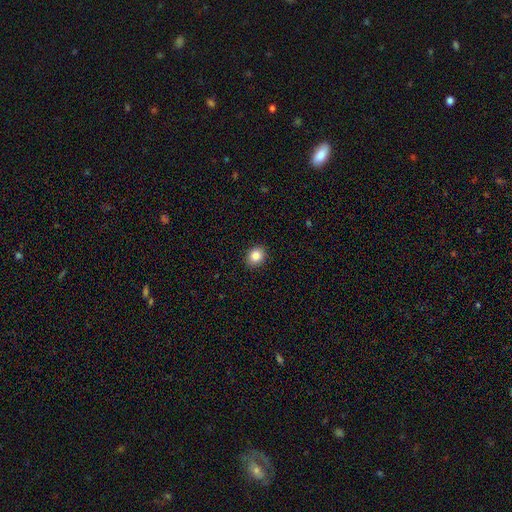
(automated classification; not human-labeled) A smooth galaxy with no disk features (85%) that is round (61%). Merging: none (91%).